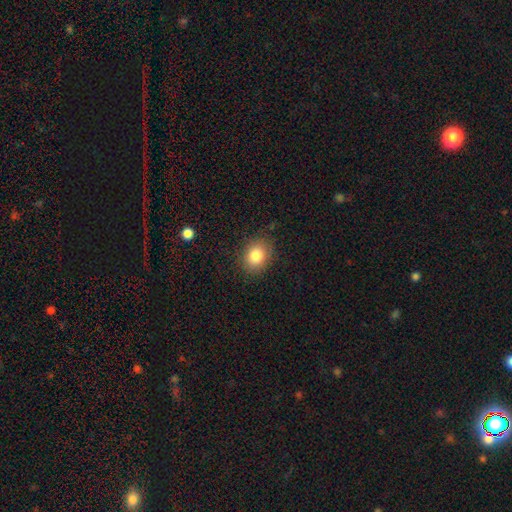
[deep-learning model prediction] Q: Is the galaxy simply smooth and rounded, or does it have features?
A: smooth — 84%.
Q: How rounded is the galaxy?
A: in between — 52%.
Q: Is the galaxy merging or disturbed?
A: none — 84%.